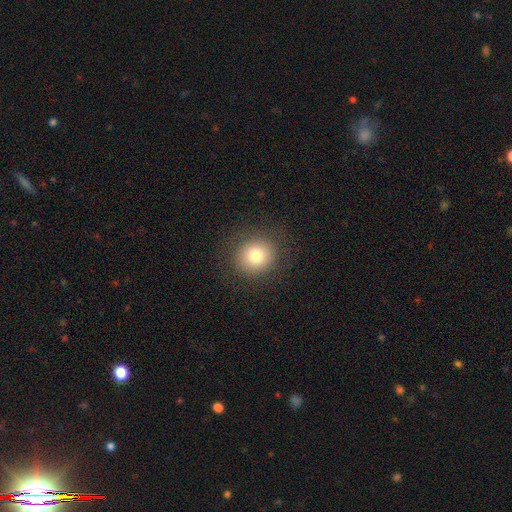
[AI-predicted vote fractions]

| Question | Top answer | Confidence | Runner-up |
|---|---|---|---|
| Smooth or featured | smooth | 78% | star or artifact (11%) |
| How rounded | round | 87% | in between (12%) |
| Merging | none | 87% | minor disturbance (8%) |